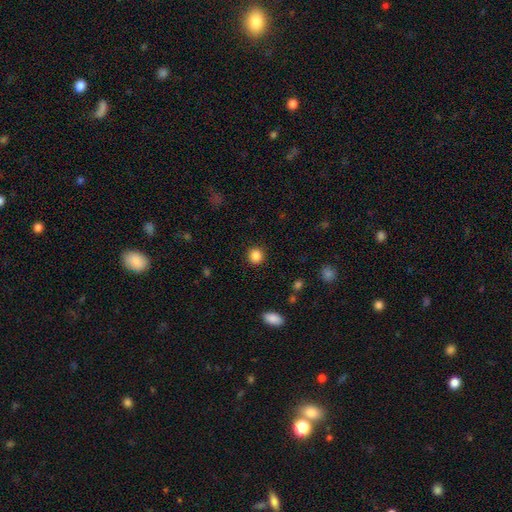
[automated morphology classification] Smooth or featured?
  - smooth: 87% *
  - star or artifact: 10%
  - featured or disk: 3%
How rounded?
  - round: 87% *
  - in between: 12%
  - cigar-shaped: 1%
Merging?
  - none: 90% *
  - minor disturbance: 7%
  - major disturbance: 3%
  - merger: 1%